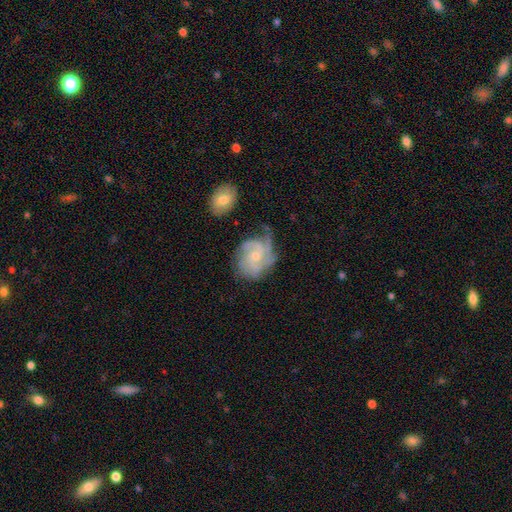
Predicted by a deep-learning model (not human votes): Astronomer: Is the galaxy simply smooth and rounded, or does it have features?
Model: featured or disk — 80%.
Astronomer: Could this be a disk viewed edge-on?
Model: no — 98%.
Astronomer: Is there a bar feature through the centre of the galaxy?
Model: no — 69%.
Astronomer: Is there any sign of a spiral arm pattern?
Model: yes — 95%.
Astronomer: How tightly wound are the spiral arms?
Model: tight — 50% (runner-up: medium, 39%).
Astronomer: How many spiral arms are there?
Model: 3 — 37% (runner-up: can't tell, 23%).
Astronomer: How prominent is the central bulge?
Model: small — 61%.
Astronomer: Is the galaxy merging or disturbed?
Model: none — 53%.